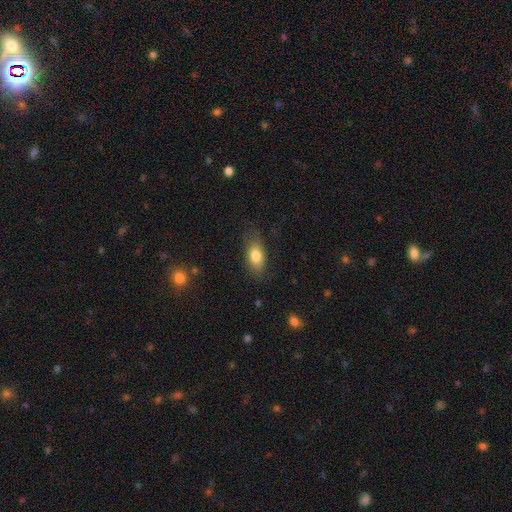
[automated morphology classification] Smooth or featured? Predicted: smooth (p=0.79). How rounded? Predicted: in between (p=0.86). Merging? Predicted: none (p=0.74).